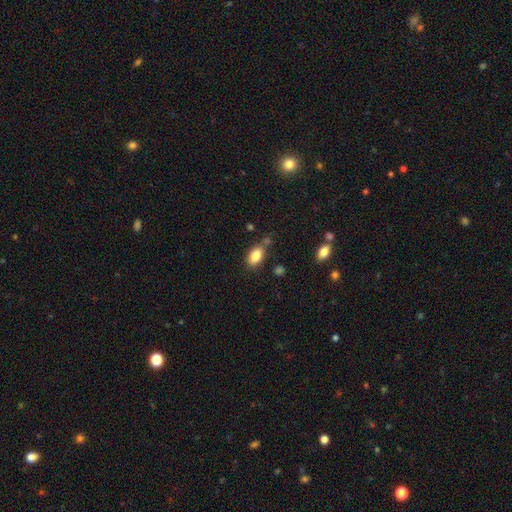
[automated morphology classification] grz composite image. It shows a smooth galaxy with no disk features (83%) that is in between round and cigar-shaped (89%). Merging: none (71%).